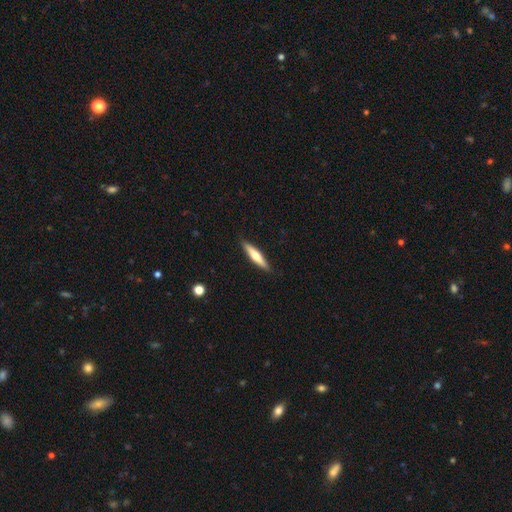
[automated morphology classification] A smooth galaxy with no disk features (53%) that is cigar-shaped (86%).

Vote fractions:
- Smooth or featured? smooth: 53% / featured or disk: 42% / star or artifact: 5%
- How rounded? cigar-shaped: 86% / in between: 13% / round: 1%
- Merging? none: 89% / minor disturbance: 8% / major disturbance: 2% / merger: 1%